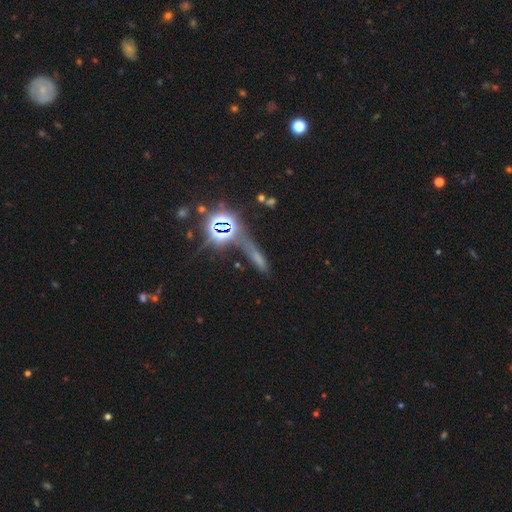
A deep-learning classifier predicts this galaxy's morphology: Smooth or featured?
  - star or artifact: 51% *
  - smooth: 31%
  - featured or disk: 18%